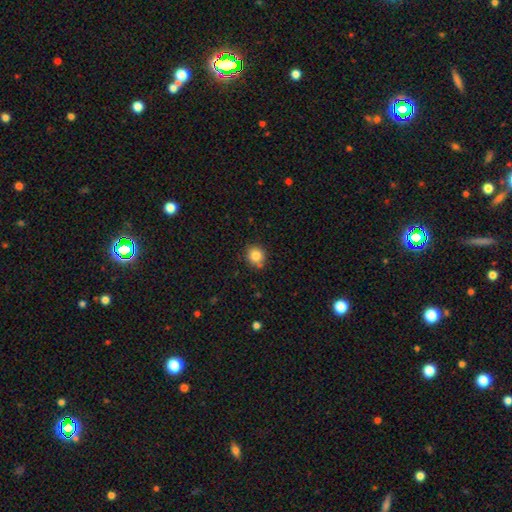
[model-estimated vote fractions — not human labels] Overall: smooth (83%). How rounded: round (88%). Merging: none (81%).